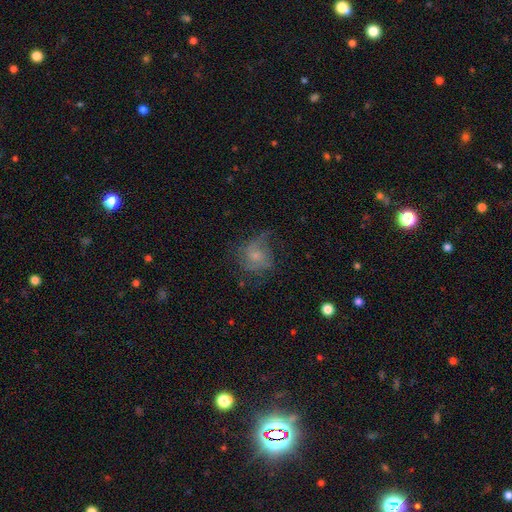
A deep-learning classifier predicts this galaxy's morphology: smooth-or-featured: featured or disk: 54% | smooth: 36% | star or artifact: 10%
  disk-edge-on: no: 97% | yes: 3%
    bar: no: 72% | weak: 24% | strong: 3%
    has-spiral-arms: yes: 77% | no: 23%
    bulge-size: small: 59% | moderate: 26% | none: 12% | large: 2% | dominant: 1%
  merging: none: 44% | major disturbance: 29% | minor disturbance: 26% | merger: 2%